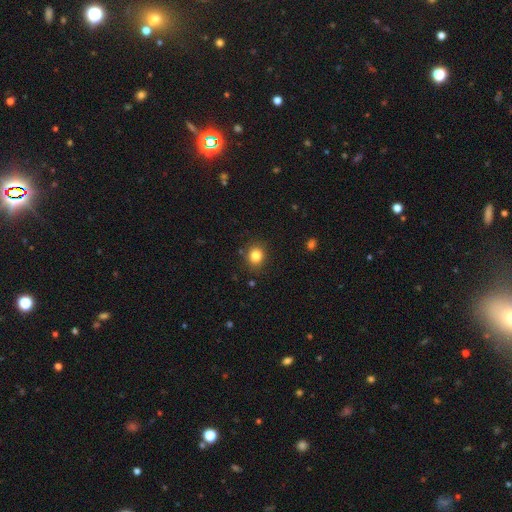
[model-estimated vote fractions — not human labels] A smooth galaxy with no disk features (83%) that is round (78%).

Vote fractions:
- Smooth or featured? smooth: 83% / star or artifact: 11% / featured or disk: 5%
- How rounded? round: 78% / in between: 21% / cigar-shaped: 1%
- Merging? none: 87% / minor disturbance: 9% / major disturbance: 3% / merger: 2%